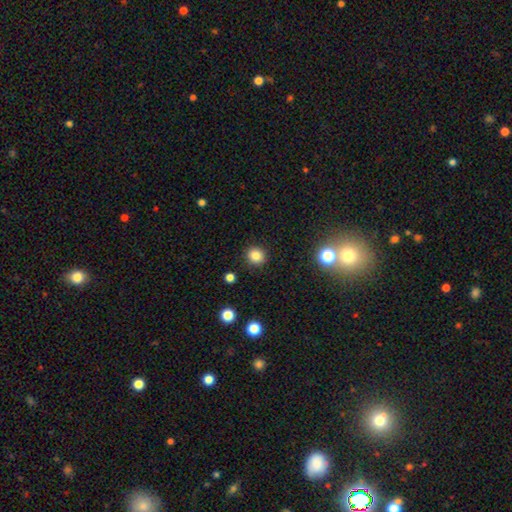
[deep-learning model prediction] smooth_or_featured: smooth (p=0.83) [alt: star or artifact p=0.12]
how_rounded: round (p=0.88) [alt: in between p=0.11]
merging: none (p=0.91) [alt: minor disturbance p=0.06]